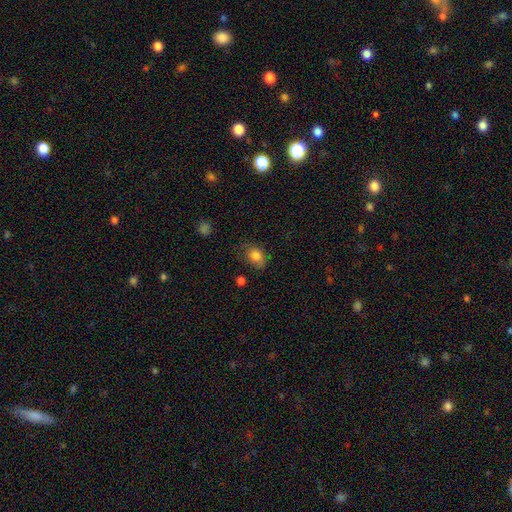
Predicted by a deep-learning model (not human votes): Morphology: type=smooth (81%); roundness=in between (69%); merging=none (62%).